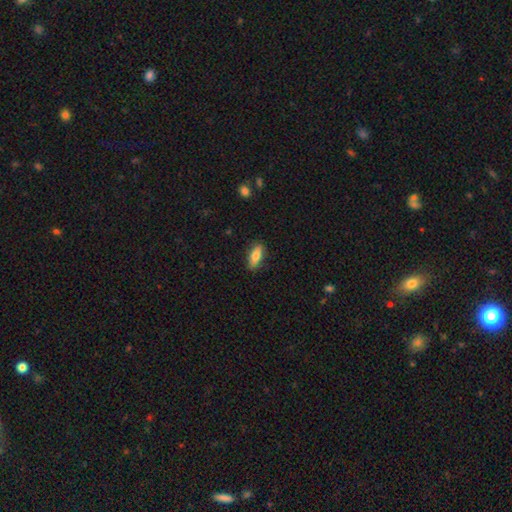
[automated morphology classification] A smooth galaxy with no disk features (79%) that is in between round and cigar-shaped (71%).

Vote fractions:
- Smooth or featured? smooth: 79% / featured or disk: 14% / star or artifact: 6%
- How rounded? in between: 71% / cigar-shaped: 26% / round: 3%
- Merging? none: 85% / minor disturbance: 11% / major disturbance: 2% / merger: 1%